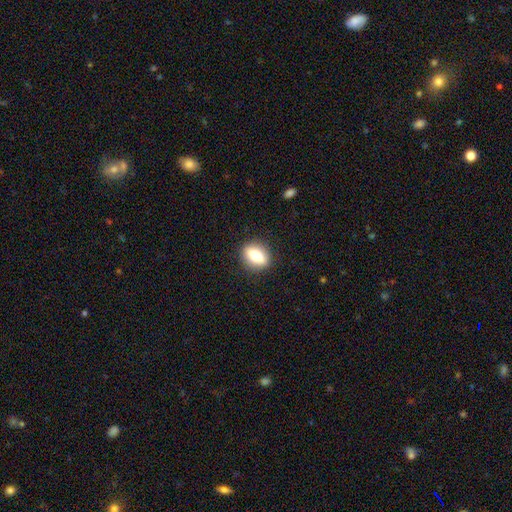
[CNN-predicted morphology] Overall: smooth (66%; featured or disk 26%). How rounded: in between (61%; round 33%). Merging: none (89%).